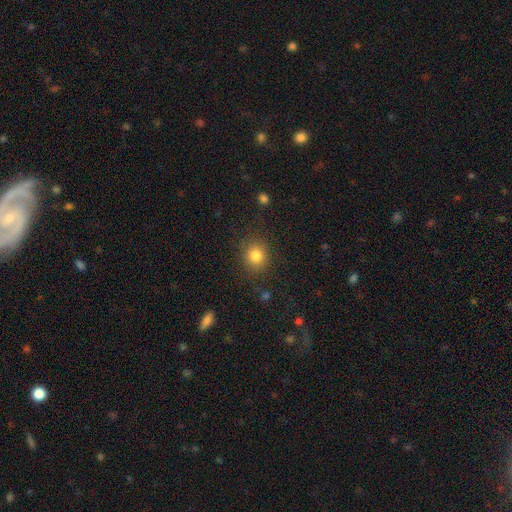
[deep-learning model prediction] Q: Smooth or featured?
A: smooth (83%); runner-up: star or artifact (11%)
Q: How rounded?
A: round (81%); runner-up: in between (18%)
Q: Merging?
A: none (86%); runner-up: minor disturbance (9%)